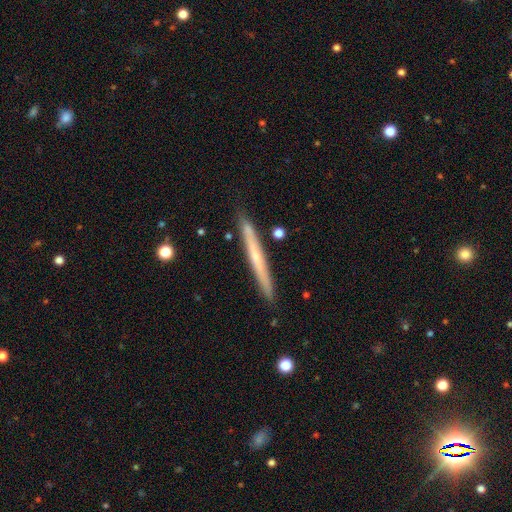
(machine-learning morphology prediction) A featured or disk galaxy (53%) viewed edge-on (96%) with no central bulge (67%). Merging: none (89%).